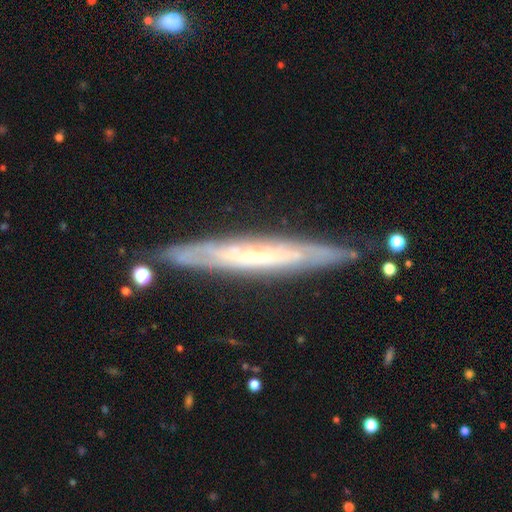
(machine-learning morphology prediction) This appears to be a featured or disk galaxy (69%) viewed edge-on (81%) with no central bulge (76%). Merging: none (83%).